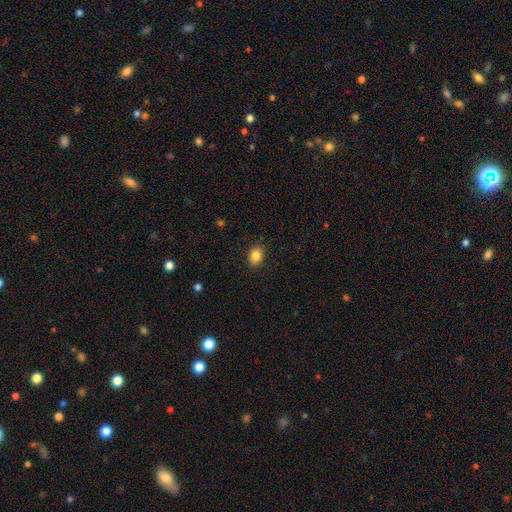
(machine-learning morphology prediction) The model was most divided on "how rounded": in between: 67%, round: 32%, cigar-shaped: 1%. More confident: merging — none (88%); smooth or featured — smooth (85%).